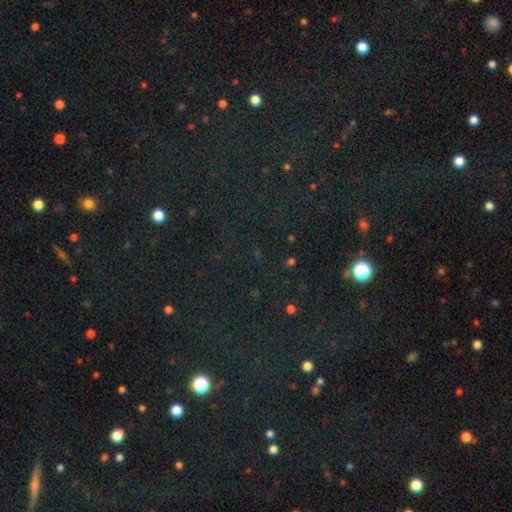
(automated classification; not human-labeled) Overall: star or artifact (78%).